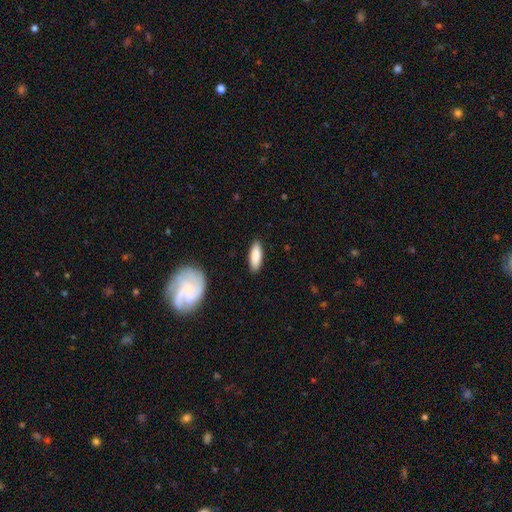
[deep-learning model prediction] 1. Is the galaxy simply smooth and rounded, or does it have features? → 85% smooth, 9% featured or disk, 6% star or artifact.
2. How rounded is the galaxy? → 61% in between, 37% cigar-shaped, 2% round.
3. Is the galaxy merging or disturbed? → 88% none, 9% minor disturbance, 2% major disturbance, 1% merger.